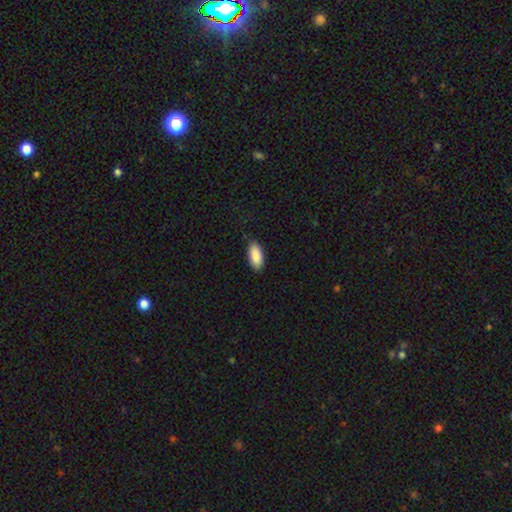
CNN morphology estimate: Smooth or featured? Predicted: smooth (p=0.90). How rounded? Predicted: in between (p=0.90). Merging? Predicted: none (p=0.86).